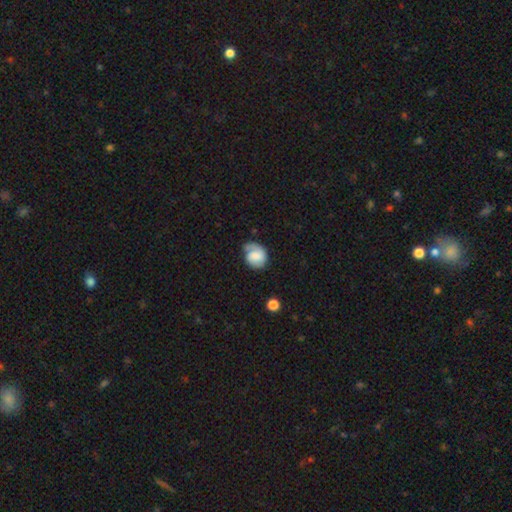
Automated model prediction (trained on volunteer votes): Smooth or featured: smooth — 53% (featured or disk — 39%)
How rounded: round — 56% (in between — 43%)
Merging: none — 49% (minor disturbance — 32%)